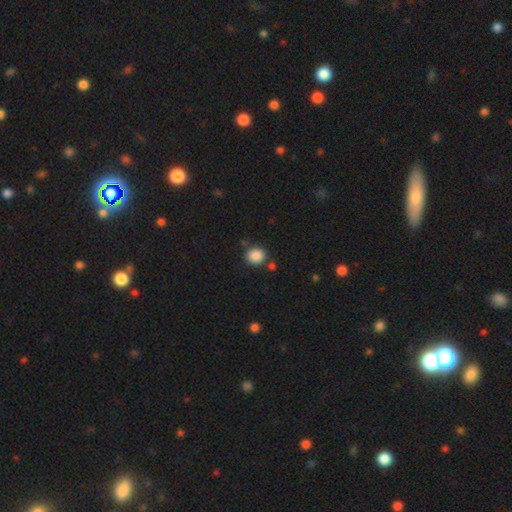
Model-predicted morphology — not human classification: smooth_or_featured: smooth (p=0.87) [alt: star or artifact p=0.09]
how_rounded: round (p=0.74) [alt: in between p=0.25]
merging: none (p=0.77) [alt: minor disturbance p=0.12]